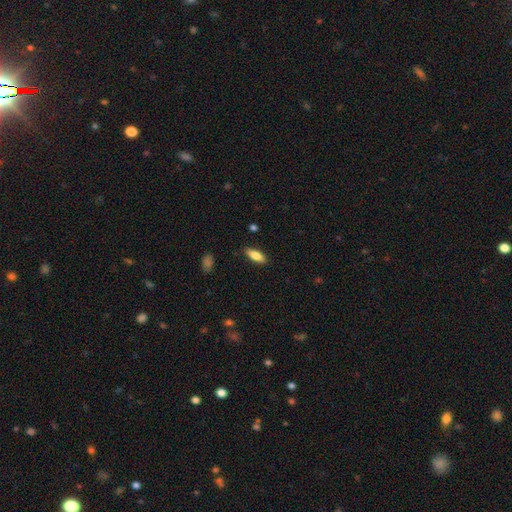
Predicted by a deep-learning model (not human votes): smooth-or-featured: smooth: 78% | featured or disk: 16% | star or artifact: 6%
  how-rounded: in between: 73% | cigar-shaped: 25% | round: 2%
  merging: none: 87% | minor disturbance: 10% | major disturbance: 2% | merger: 1%